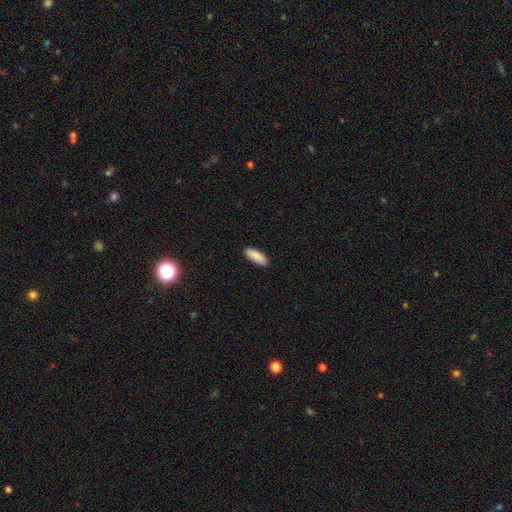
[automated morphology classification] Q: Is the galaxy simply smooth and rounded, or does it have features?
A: smooth — 89%.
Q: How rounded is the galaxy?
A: in between — 69%.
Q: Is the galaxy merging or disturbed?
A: none — 87%.